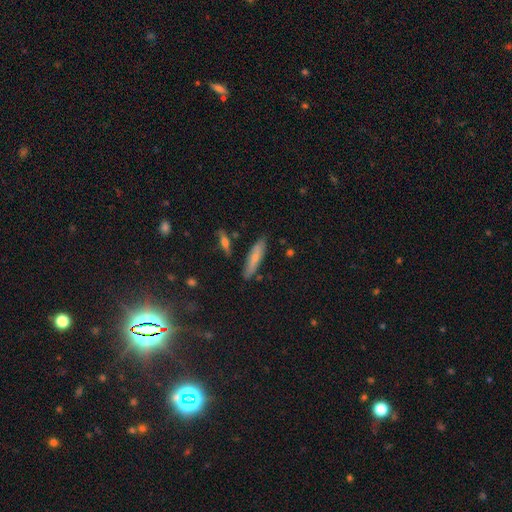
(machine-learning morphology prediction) This is possibly a smooth galaxy (57%). How rounded: clearly cigar-shaped (80%). Merging: clearly none (82%).